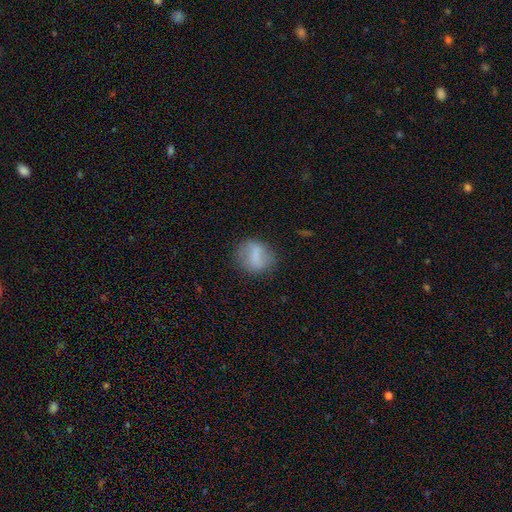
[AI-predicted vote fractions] Smooth or featured?
  - smooth: 64% *
  - featured or disk: 27%
  - star or artifact: 9%
How rounded?
  - round: 63% *
  - in between: 35%
  - cigar-shaped: 3%
Merging?
  - none: 73% *
  - minor disturbance: 18%
  - major disturbance: 7%
  - merger: 2%